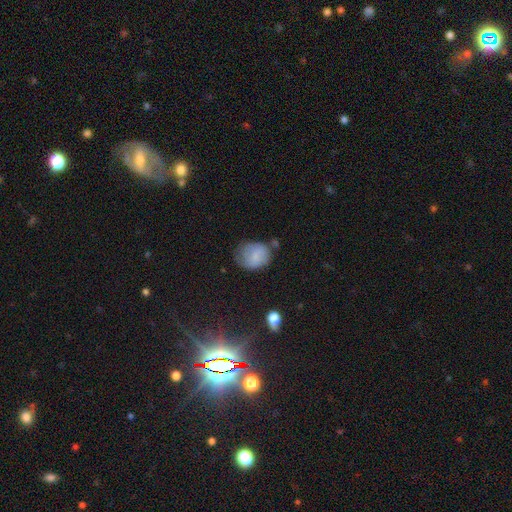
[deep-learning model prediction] A smooth galaxy with no disk features (75%) that is round (58%).

Vote fractions:
- Smooth or featured? smooth: 75% / featured or disk: 16% / star or artifact: 9%
- How rounded? round: 58% / in between: 41% / cigar-shaped: 1%
- Merging? none: 50% / minor disturbance: 32% / major disturbance: 13% / merger: 5%